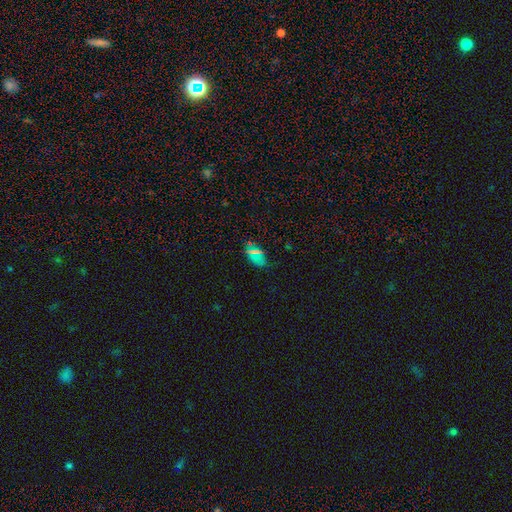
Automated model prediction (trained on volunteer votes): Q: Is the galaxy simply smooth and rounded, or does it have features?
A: smooth — 60%.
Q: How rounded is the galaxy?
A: in between — 83%.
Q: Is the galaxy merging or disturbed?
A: none — 78%.